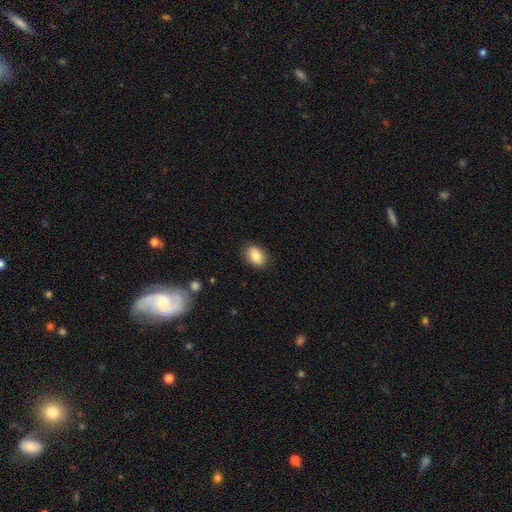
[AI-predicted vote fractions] Smooth or featured? smooth (85%)
How rounded? in between (85%)
Merging? none (87%)